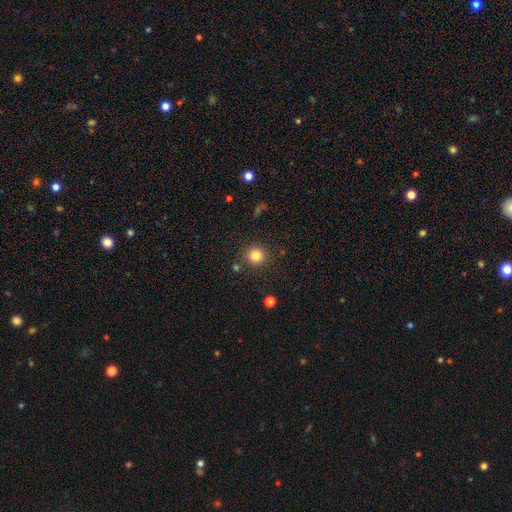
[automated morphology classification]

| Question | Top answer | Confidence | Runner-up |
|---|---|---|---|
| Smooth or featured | smooth | 83% | star or artifact (12%) |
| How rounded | round | 93% | in between (6%) |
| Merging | none | 87% | minor disturbance (7%) |